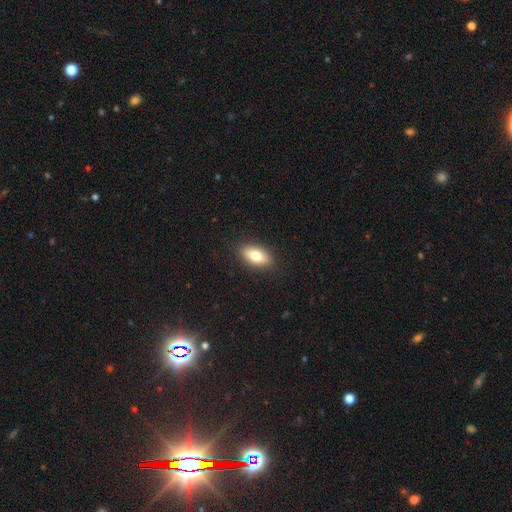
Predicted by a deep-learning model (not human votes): This appears to be a smooth galaxy with no disk features (79%) that is in between round and cigar-shaped (88%). Merging: none (89%).